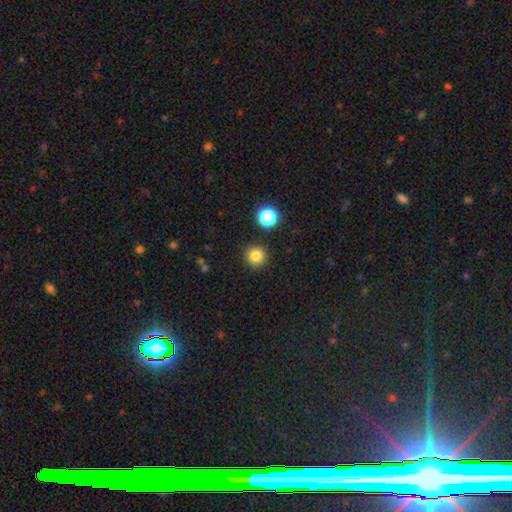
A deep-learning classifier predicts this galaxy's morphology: Overall: smooth (82%). How rounded: round (95%). Merging: none (91%).